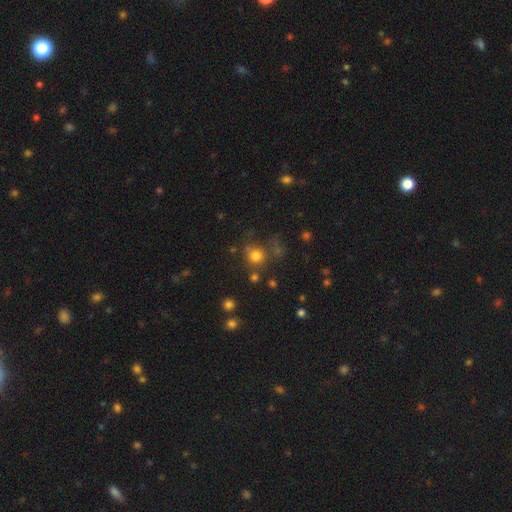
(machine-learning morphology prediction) Smooth or featured? Predicted: smooth (p=0.76). How rounded? Predicted: round (p=0.87). Merging? Predicted: none (p=0.67).